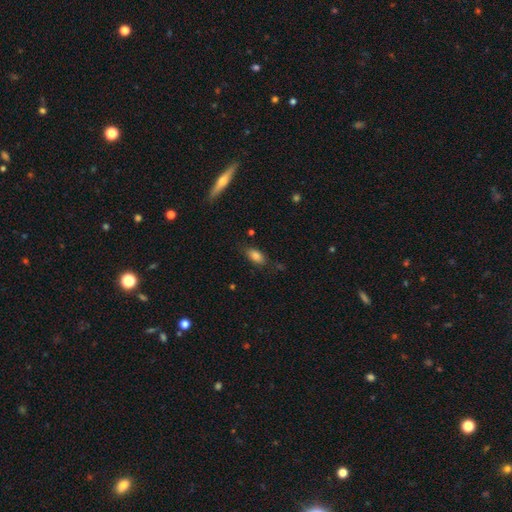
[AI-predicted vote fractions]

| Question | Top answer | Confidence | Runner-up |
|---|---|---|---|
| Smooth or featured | smooth | 83% | star or artifact (9%) |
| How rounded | in between | 89% | cigar-shaped (7%) |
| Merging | none | 77% | minor disturbance (17%) |